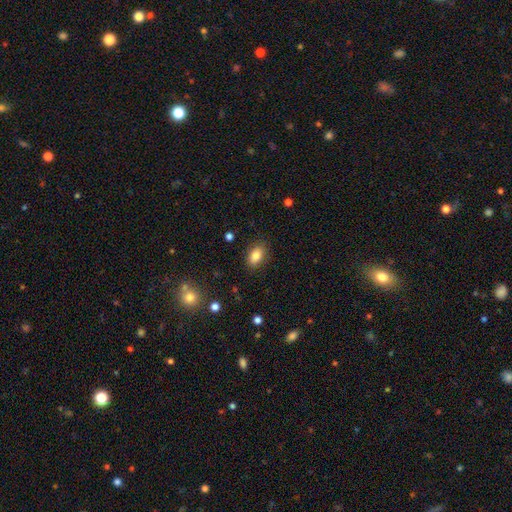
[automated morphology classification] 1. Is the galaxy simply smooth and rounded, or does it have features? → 83% smooth, 9% star or artifact, 8% featured or disk.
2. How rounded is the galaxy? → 86% in between, 13% round, 2% cigar-shaped.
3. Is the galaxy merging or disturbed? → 86% none, 10% minor disturbance, 3% major disturbance, 1% merger.